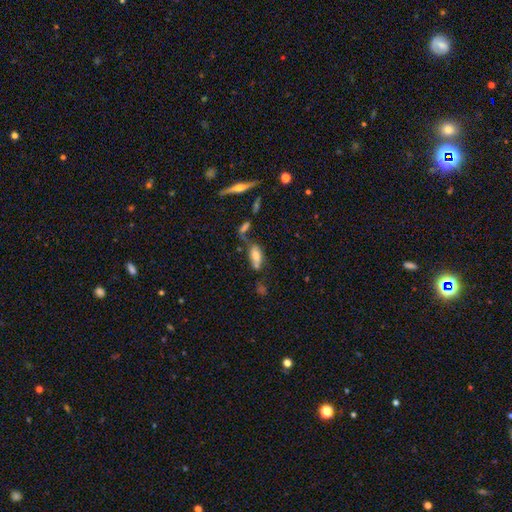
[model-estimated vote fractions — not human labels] Smooth or featured? Predicted: smooth (p=0.64). How rounded? Predicted: in between (p=0.82). Merging? Predicted: none (p=0.40).